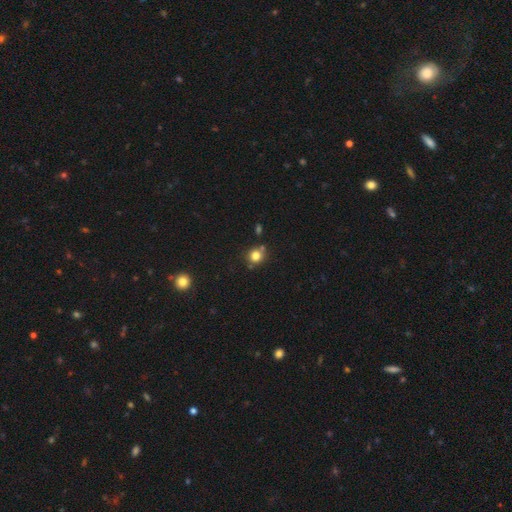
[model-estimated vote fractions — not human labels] Smooth or featured? Predicted: smooth (p=0.80). How rounded? Predicted: round (p=0.86). Merging? Predicted: none (p=0.73).